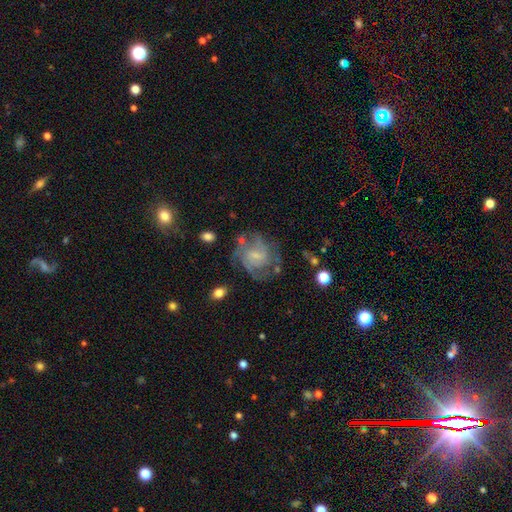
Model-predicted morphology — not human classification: featured or disk 72%, smooth 19%, star or artifact 8%. Down the decision tree: edge-on disk — no (98%); bar — no (48%); spiral arms — yes (86%); spiral arm count — can't tell (37%); spiral winding — medium (42%, tied with tight); bulge size — small (62%); merging — none (58%).